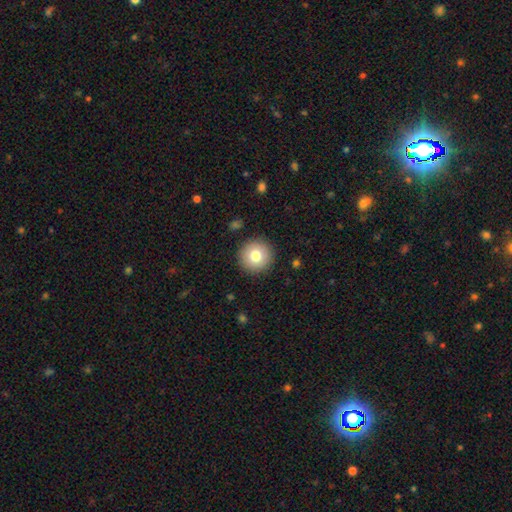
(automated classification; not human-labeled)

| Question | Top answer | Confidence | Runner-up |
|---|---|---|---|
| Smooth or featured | smooth | 78% | featured or disk (12%) |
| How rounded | round | 96% | in between (3%) |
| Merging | none | 91% | minor disturbance (6%) |